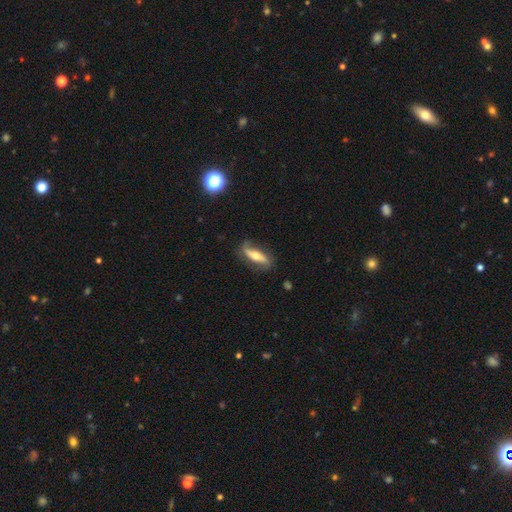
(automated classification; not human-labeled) A featured or disk galaxy (60%). Merging: none (73%).